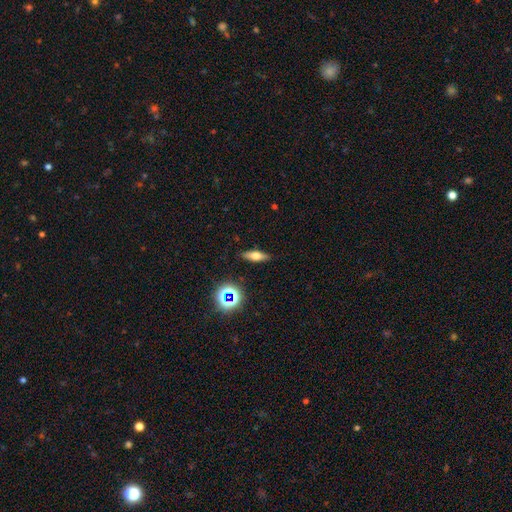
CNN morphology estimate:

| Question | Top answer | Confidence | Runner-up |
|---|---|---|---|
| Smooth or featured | smooth | 59% | featured or disk (28%) |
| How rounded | in between | 51% | cigar-shaped (42%) |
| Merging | none | 88% | minor disturbance (9%) |